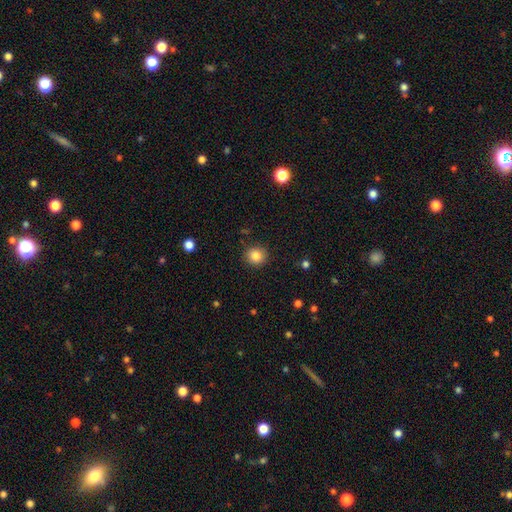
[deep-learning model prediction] smooth 84%, star or artifact 10%, featured or disk 6%. Down the decision tree: how rounded — round (89%); merging — none (90%).